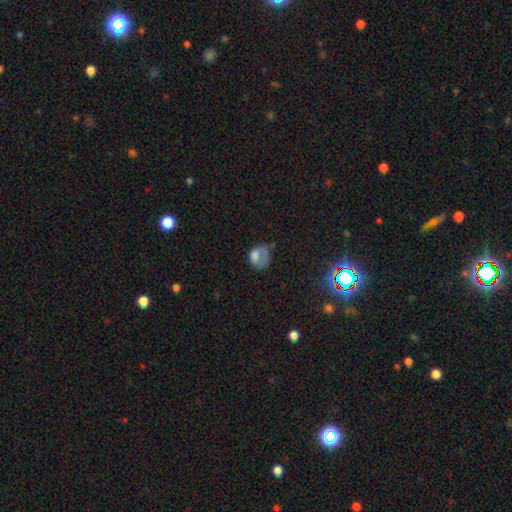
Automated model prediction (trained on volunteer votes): Smooth or featured? Predicted: smooth (p=0.65). How rounded? Predicted: round (p=0.55). Merging? Predicted: major disturbance (p=0.34).